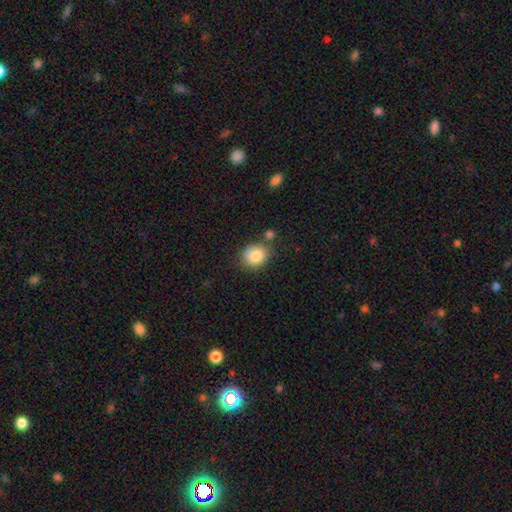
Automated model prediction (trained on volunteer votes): The model was most divided on "how rounded": round: 67%, in between: 32%, cigar-shaped: 1%. More confident: smooth or featured — smooth (85%); merging — none (73%).